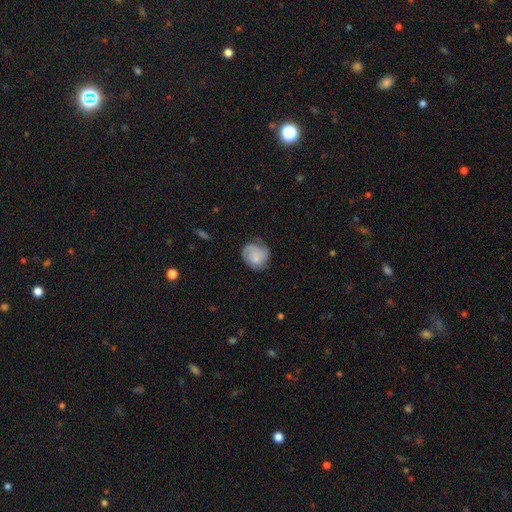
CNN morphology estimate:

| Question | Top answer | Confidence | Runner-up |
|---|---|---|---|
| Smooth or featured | smooth | 48% | featured or disk (45%) |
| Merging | none | 61% | minor disturbance (26%) |